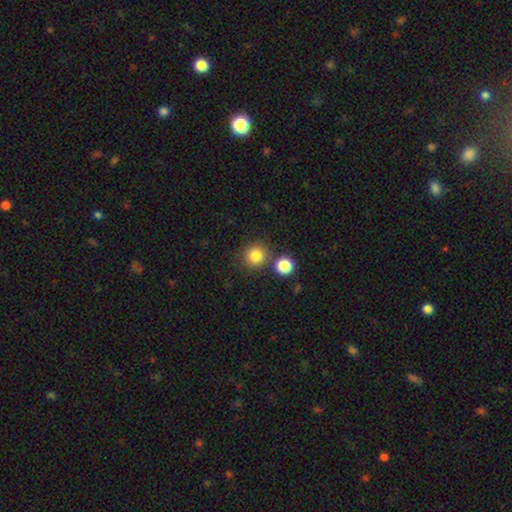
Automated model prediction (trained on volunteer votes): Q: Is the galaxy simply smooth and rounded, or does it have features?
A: smooth — 83%.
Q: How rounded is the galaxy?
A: round — 91%.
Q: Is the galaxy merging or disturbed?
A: none — 77%.